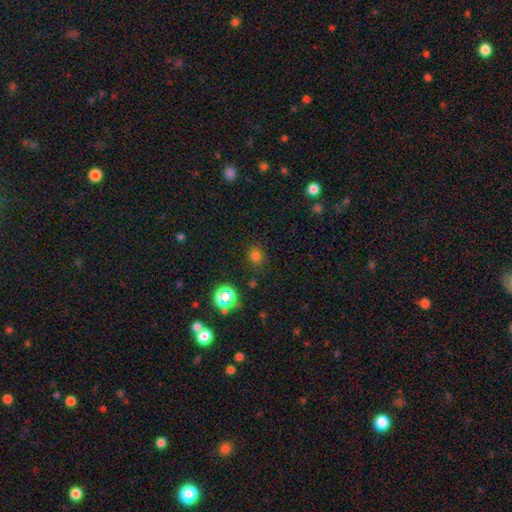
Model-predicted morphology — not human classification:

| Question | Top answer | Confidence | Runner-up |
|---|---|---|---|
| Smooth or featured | smooth | 67% | star or artifact (27%) |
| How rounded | round | 81% | in between (18%) |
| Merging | none | 80% | minor disturbance (12%) |